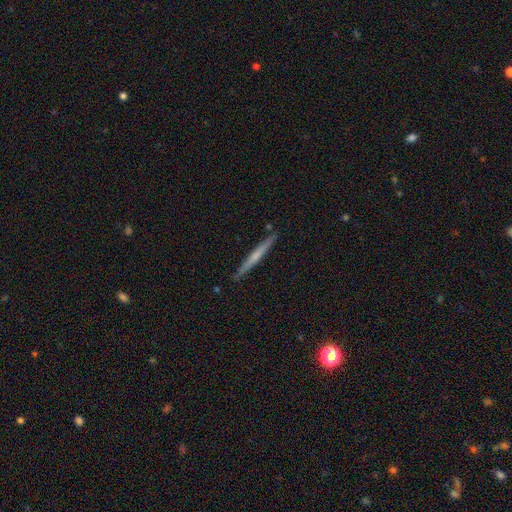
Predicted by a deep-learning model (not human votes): This appears to be a featured or disk galaxy (54%) viewed edge-on (97%) with no central bulge (60%). Merging: none (90%).